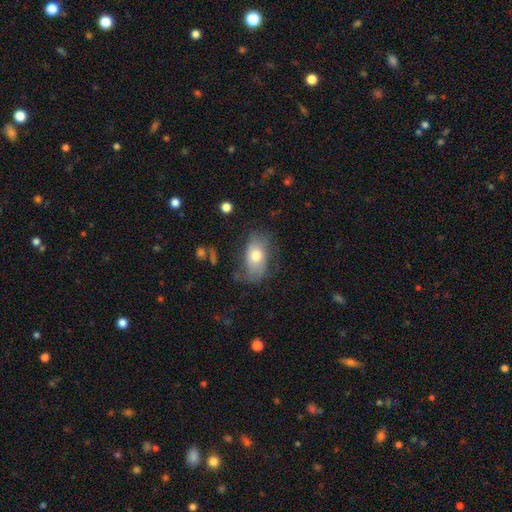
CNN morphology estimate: Smooth or featured: smooth — 62% (featured or disk — 30%)
How rounded: in between — 88% (round — 10%)
Merging: none — 55% (minor disturbance — 27%)